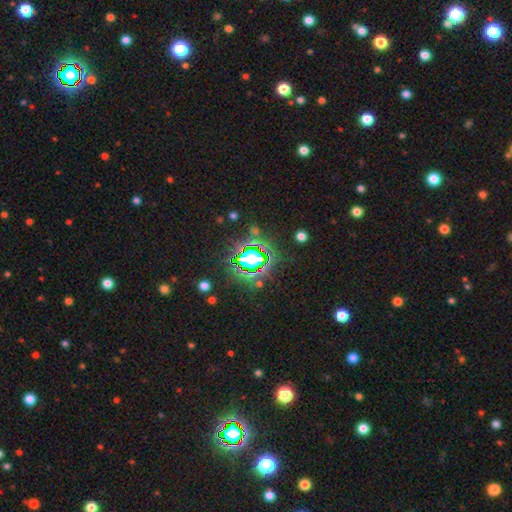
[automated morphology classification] smooth_or_featured: star or artifact (p=0.83) [alt: smooth p=0.10]